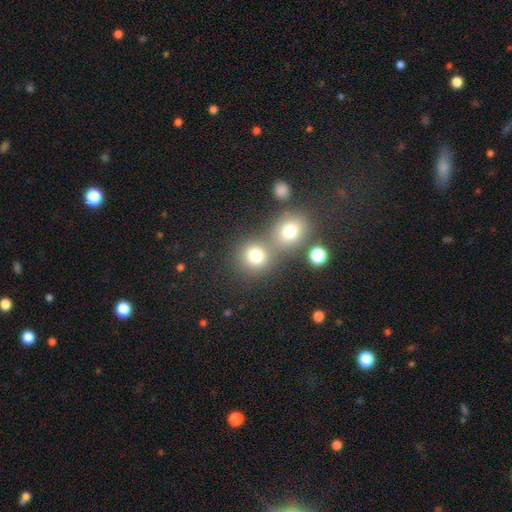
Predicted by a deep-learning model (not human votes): A smooth galaxy with no disk features (77%) that is round (83%).

Vote fractions:
- Smooth or featured? smooth: 77% / star or artifact: 15% / featured or disk: 9%
- How rounded? round: 83% / in between: 16% / cigar-shaped: 1%
- Merging? none: 49% / merger: 40% / minor disturbance: 7% / major disturbance: 4%